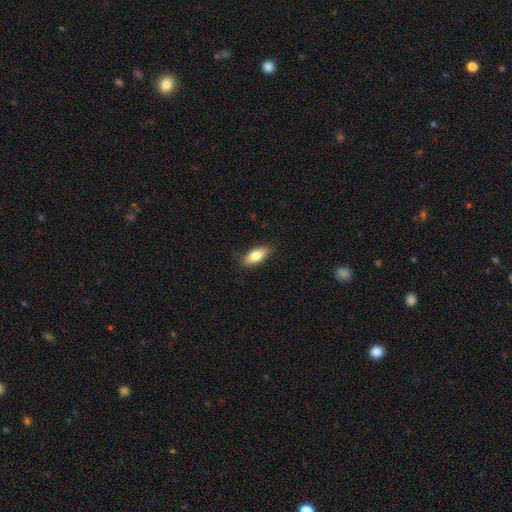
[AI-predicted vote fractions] The model was most divided on "how rounded": in between: 79%, cigar-shaped: 18%, round: 3%. More confident: merging — none (85%); smooth or featured — smooth (80%).